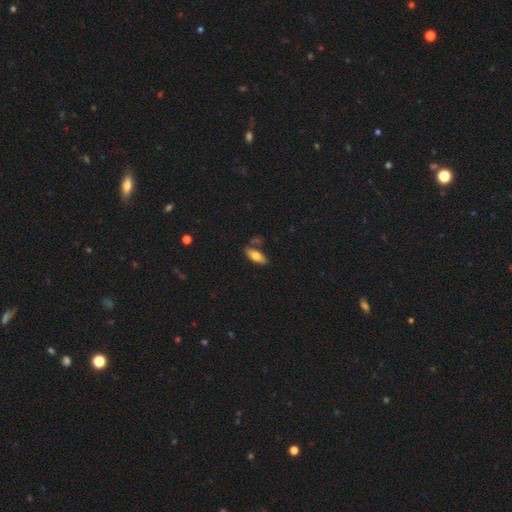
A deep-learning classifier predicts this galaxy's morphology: type=smooth (72%); roundness=in between (78%); merging=none (74%).